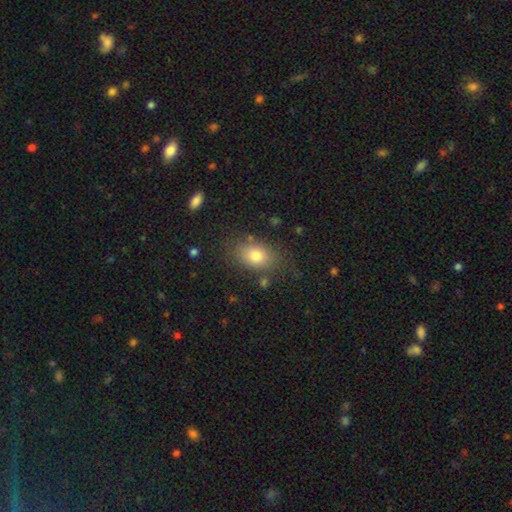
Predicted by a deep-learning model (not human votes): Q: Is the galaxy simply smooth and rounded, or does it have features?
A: smooth — 79%.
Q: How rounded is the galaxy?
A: in between — 81%.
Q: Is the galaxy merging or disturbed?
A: none — 76%.